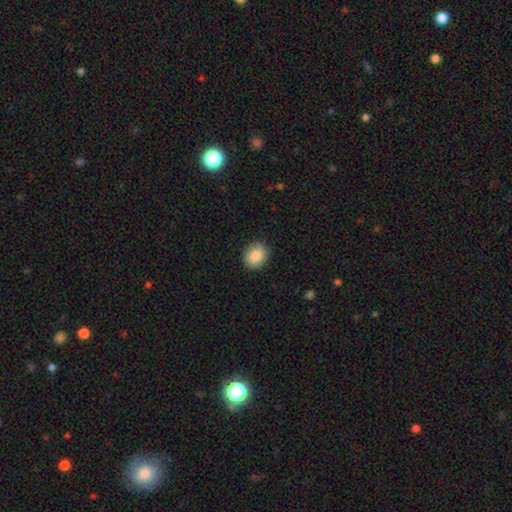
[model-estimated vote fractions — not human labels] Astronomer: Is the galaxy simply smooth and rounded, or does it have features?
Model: smooth — 86%.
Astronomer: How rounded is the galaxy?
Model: round — 62%.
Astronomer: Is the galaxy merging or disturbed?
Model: none — 89%.